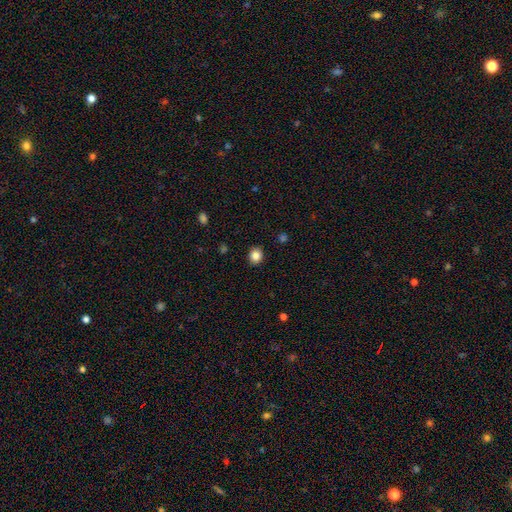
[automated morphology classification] Smooth or featured? smooth (84%)
How rounded? round (74%)
Merging? none (90%)